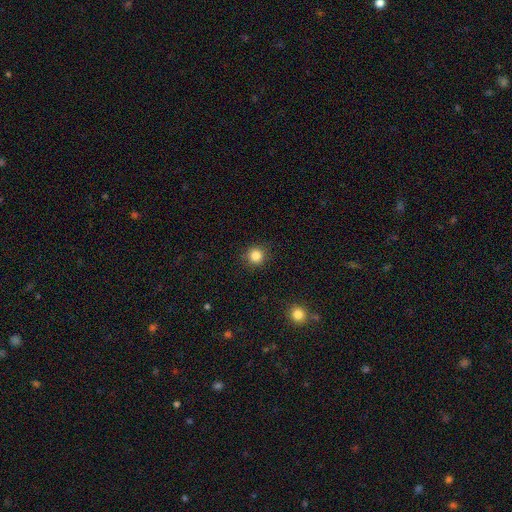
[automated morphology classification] Smooth or featured: smooth — 85% (star or artifact — 11%)
How rounded: round — 93% (in between — 6%)
Merging: none — 90% (minor disturbance — 7%)